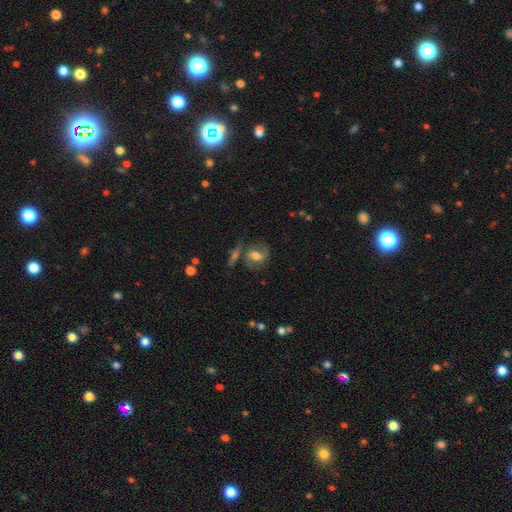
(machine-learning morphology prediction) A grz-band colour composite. It shows a featured or disk galaxy (72%) with a weak bar (46%), 2 (87%) medium (54%) spiral arms (89%) and a moderate central bulge (62%). Merging: none (66%).